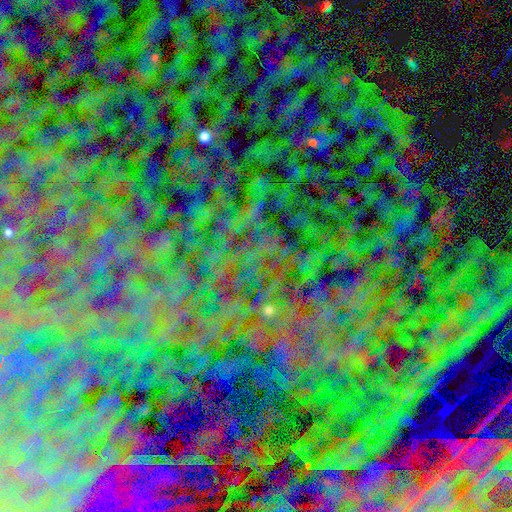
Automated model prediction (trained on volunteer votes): A star or artifact, not a galaxy (81%).